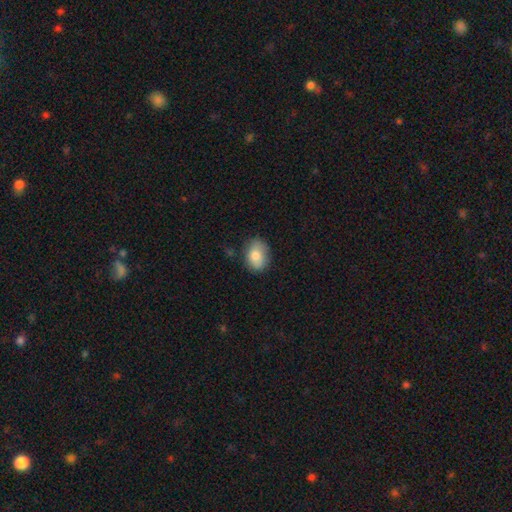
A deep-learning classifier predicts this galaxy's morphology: This appears to be a smooth galaxy with no disk features (81%) that is in between round and cigar-shaped (71%). Merging: none (78%).